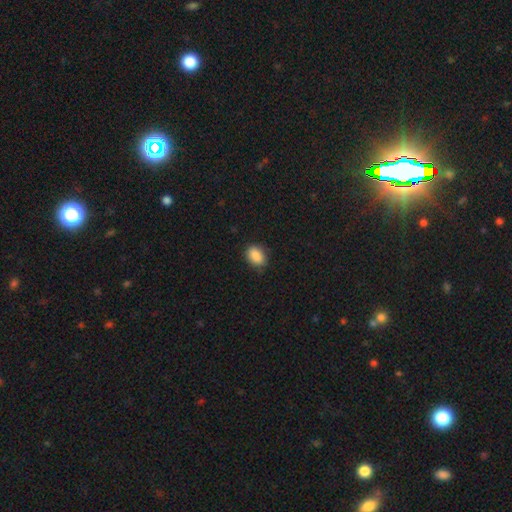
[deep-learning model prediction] A smooth galaxy with no disk features (89%) that is in between round and cigar-shaped (82%). Merging: none (83%).